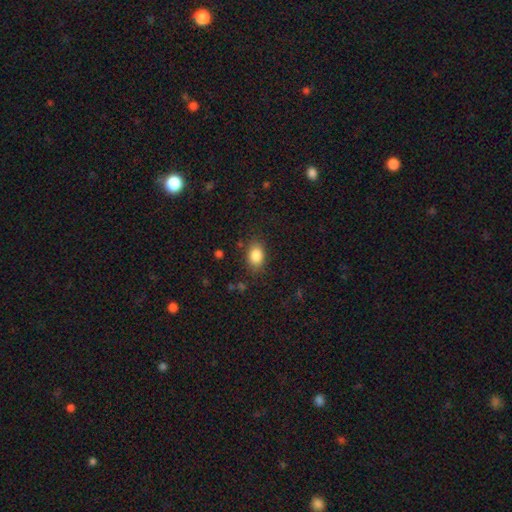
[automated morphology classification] Smooth or featured: smooth — 86% (star or artifact — 8%)
How rounded: in between — 79% (round — 19%)
Merging: none — 83% (minor disturbance — 12%)